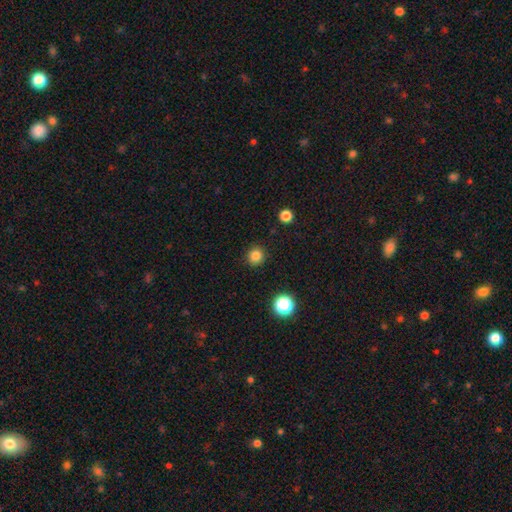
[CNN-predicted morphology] Smooth or featured? Predicted: smooth (p=0.83). How rounded? Predicted: round (p=0.93). Merging? Predicted: none (p=0.91).